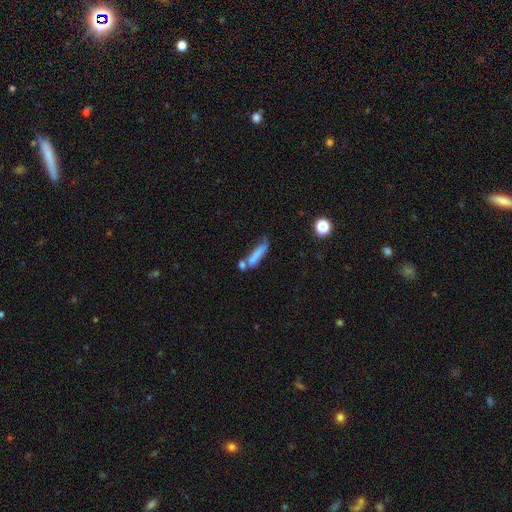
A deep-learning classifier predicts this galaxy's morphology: A smooth galaxy with no disk features (71%) that is cigar-shaped (77%). Merging: none (38%).